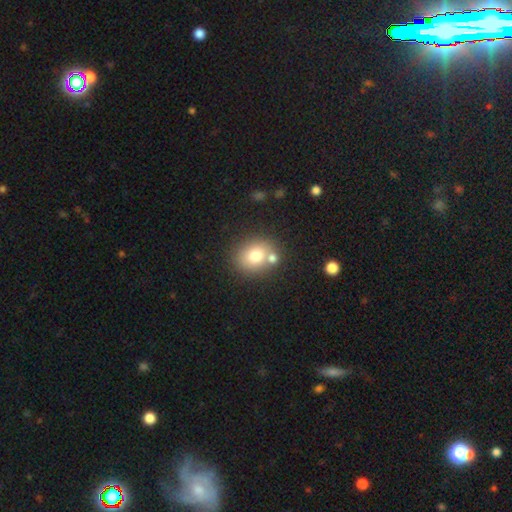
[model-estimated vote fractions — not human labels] smooth 75%, featured or disk 14%, star or artifact 11%. Down the decision tree: how rounded — round (63%); merging — none (63%).